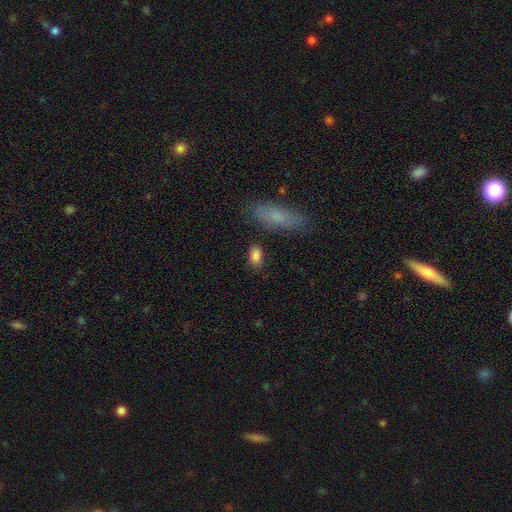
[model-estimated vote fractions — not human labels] smooth-or-featured: smooth: 86% | star or artifact: 8% | featured or disk: 6%
  how-rounded: in between: 89% | round: 7% | cigar-shaped: 4%
  merging: none: 79% | minor disturbance: 13% | merger: 5% | major disturbance: 4%